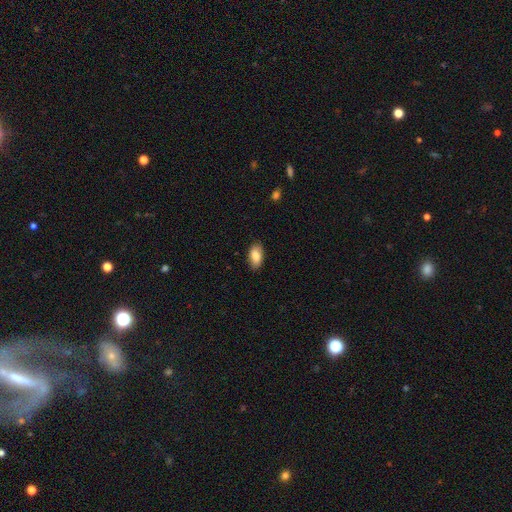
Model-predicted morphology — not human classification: This appears to be a smooth galaxy with no disk features (84%) that is in between round and cigar-shaped (93%). Merging: none (85%).